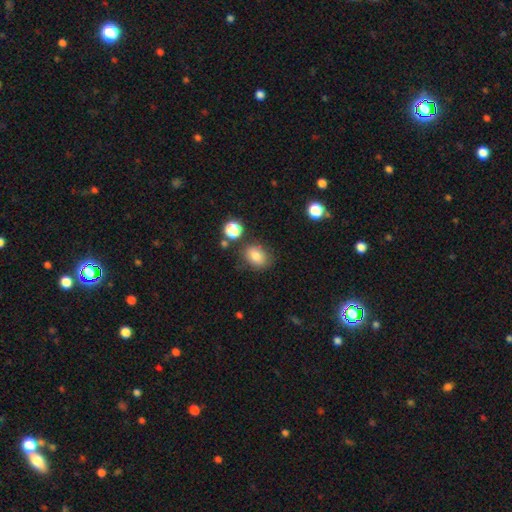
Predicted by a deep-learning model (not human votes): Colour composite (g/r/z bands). It shows a smooth galaxy with no disk features (80%) that is in between round and cigar-shaped (65%). Merging: none (76%).